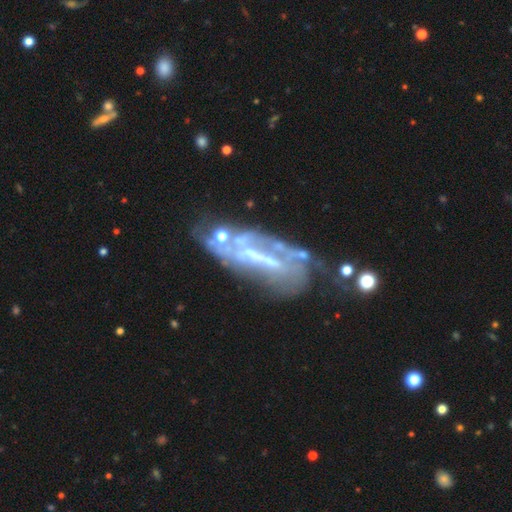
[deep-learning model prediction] Q: Smooth or featured?
A: featured or disk (76%); runner-up: smooth (13%)
Q: Edge-on disk?
A: no (82%); runner-up: yes (18%)
Q: Bar?
A: strong (48%); runner-up: no (26%)
Q: Spiral arms?
A: yes (52%); runner-up: no (48%)
Q: Bulge size?
A: none (42%); runner-up: small (32%)
Q: Merging?
A: none (41%); runner-up: major disturbance (25%)